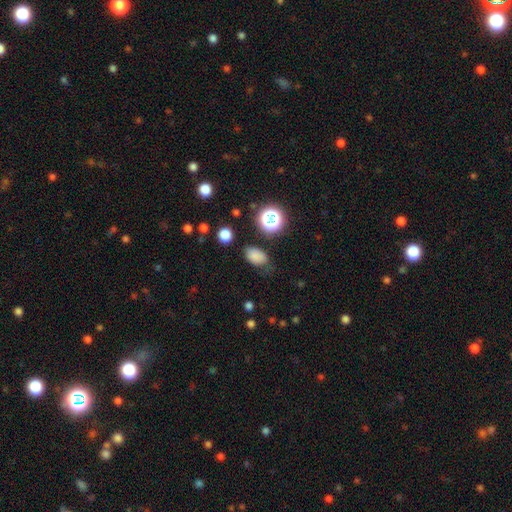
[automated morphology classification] The model was most divided on "merging": none: 70%, minor disturbance: 21%, major disturbance: 6%, merger: 3%. More confident: how rounded — in between (83%); smooth or featured — smooth (80%).